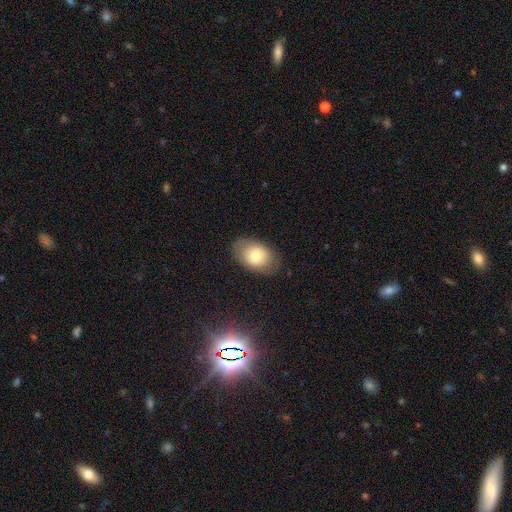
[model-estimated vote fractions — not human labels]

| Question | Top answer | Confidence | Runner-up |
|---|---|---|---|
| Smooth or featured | smooth | 74% | featured or disk (19%) |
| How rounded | in between | 84% | round (15%) |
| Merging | none | 81% | minor disturbance (14%) |